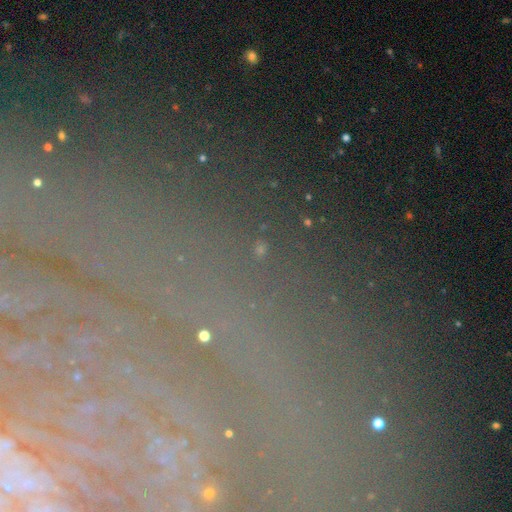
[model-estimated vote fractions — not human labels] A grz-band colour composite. It shows a star or artifact, not a galaxy (52%).